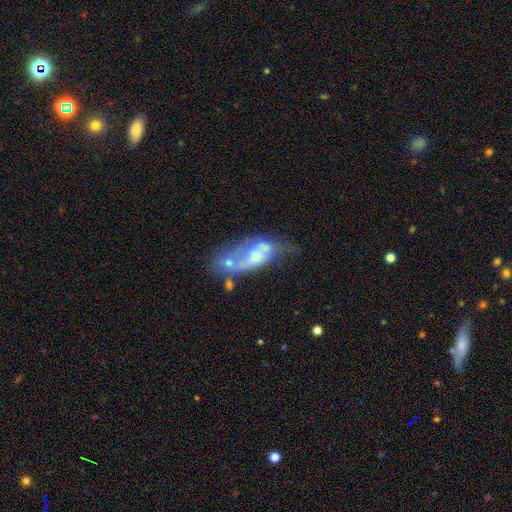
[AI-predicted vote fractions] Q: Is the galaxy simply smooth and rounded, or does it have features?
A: featured or disk — 55%.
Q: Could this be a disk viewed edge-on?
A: no — 90%.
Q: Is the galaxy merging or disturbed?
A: merger — 29%.